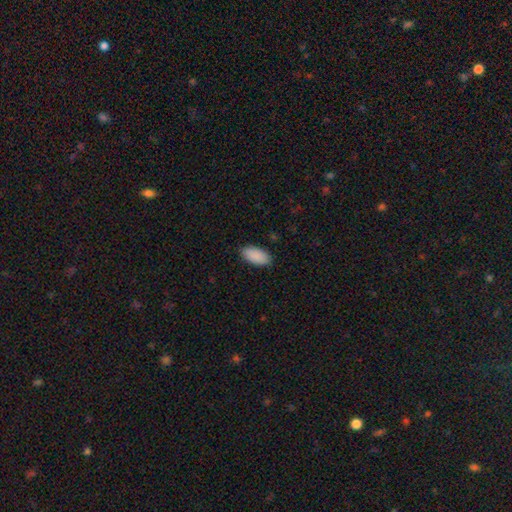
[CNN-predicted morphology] Smooth or featured: smooth — 91% (star or artifact — 6%)
How rounded: in between — 94% (cigar-shaped — 4%)
Merging: none — 88% (minor disturbance — 9%)